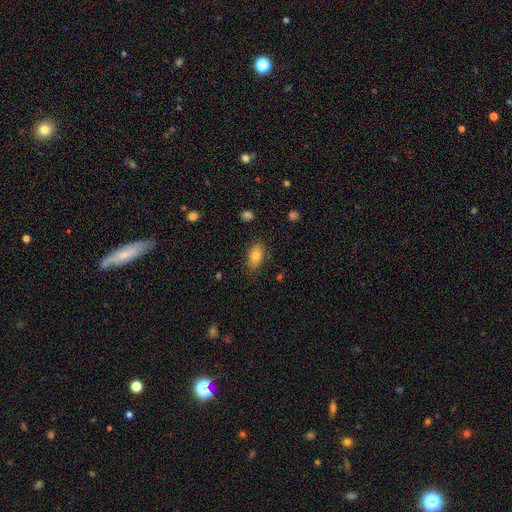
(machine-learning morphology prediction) smooth 78%, featured or disk 13%, star or artifact 9%. Down the decision tree: how rounded — in between (89%); merging — none (81%).